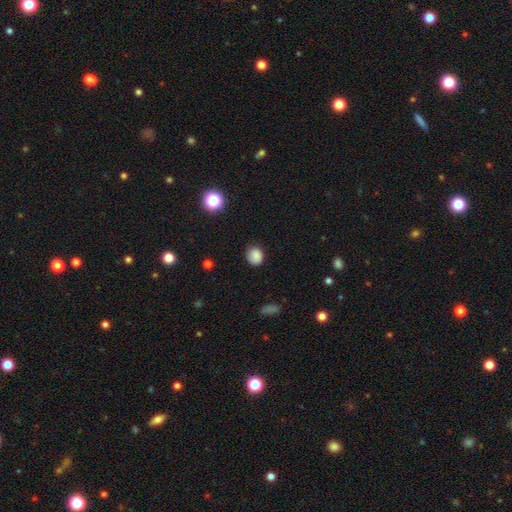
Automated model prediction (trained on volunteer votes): The model was most divided on "how rounded": round: 71%, in between: 28%, cigar-shaped: 1%. More confident: smooth or featured — smooth (85%); merging — none (78%).